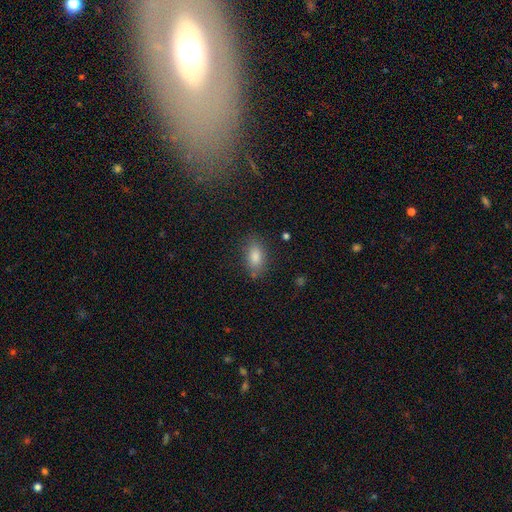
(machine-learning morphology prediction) Smooth or featured: smooth — 81% (star or artifact — 11%)
How rounded: in between — 87% (round — 8%)
Merging: none — 82% (minor disturbance — 12%)